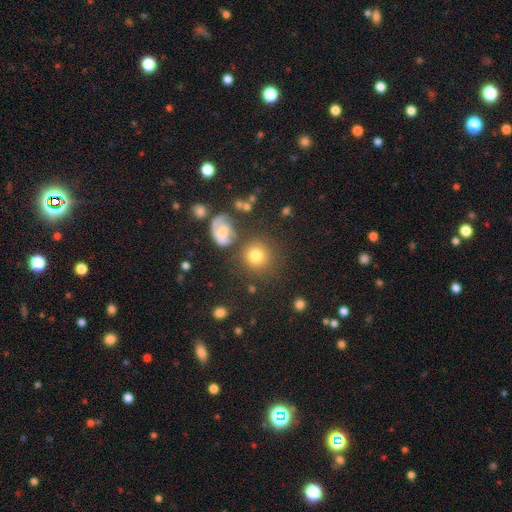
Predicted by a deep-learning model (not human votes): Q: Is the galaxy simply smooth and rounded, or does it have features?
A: smooth — 76%.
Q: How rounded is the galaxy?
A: round — 89%.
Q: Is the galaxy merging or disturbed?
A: none — 73%.